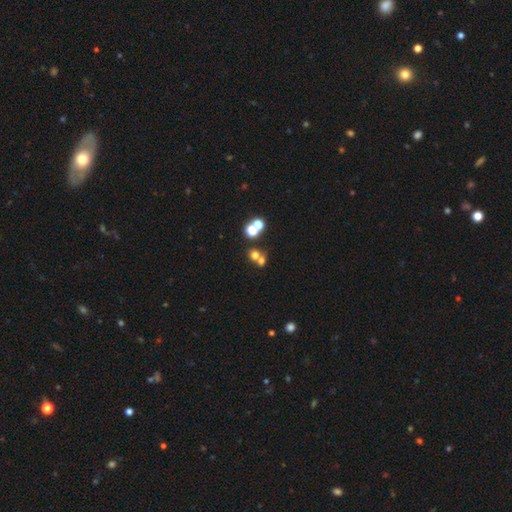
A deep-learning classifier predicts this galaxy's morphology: Overall: smooth (61%; star or artifact 23%). How rounded: round (82%). Merging: none (45%; merger 44%).